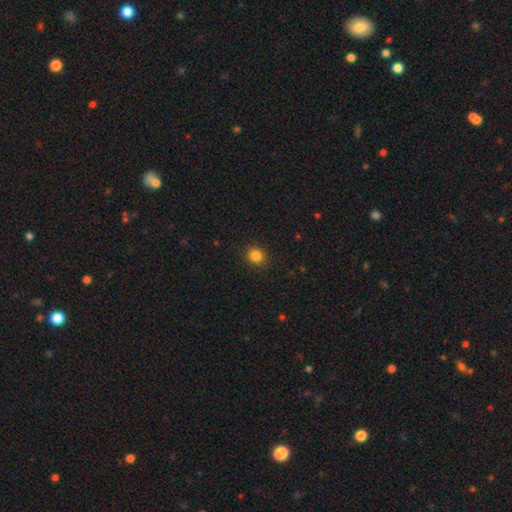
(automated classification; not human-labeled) smooth_or_featured: smooth (p=0.85) [alt: star or artifact p=0.11]
how_rounded: round (p=0.82) [alt: in between p=0.17]
merging: none (p=0.91) [alt: minor disturbance p=0.06]